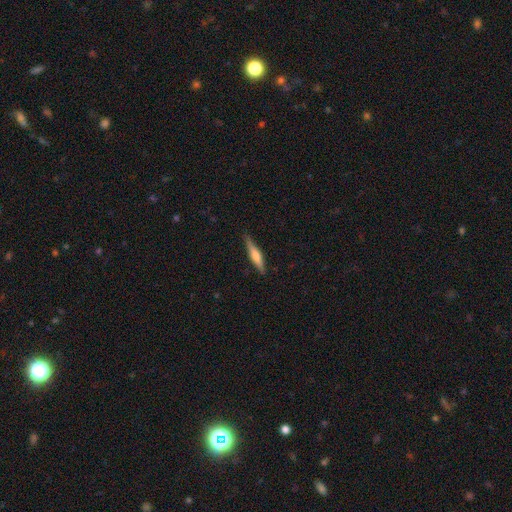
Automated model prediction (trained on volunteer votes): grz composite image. It shows a featured or disk galaxy (49%). Merging: none (85%).